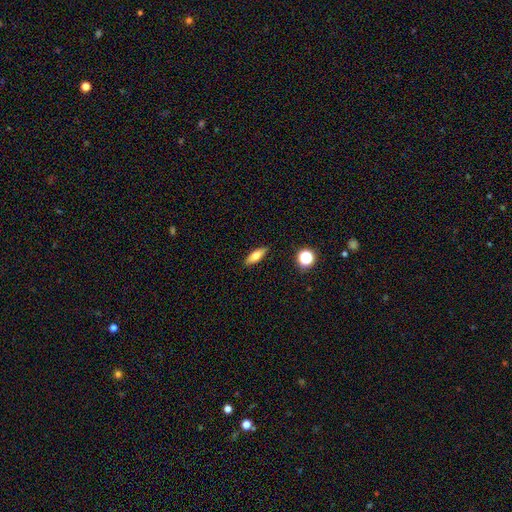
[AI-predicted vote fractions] The model was most divided on "how rounded": in between: 63%, cigar-shaped: 33%, round: 4%. More confident: merging — none (87%); smooth or featured — smooth (70%).